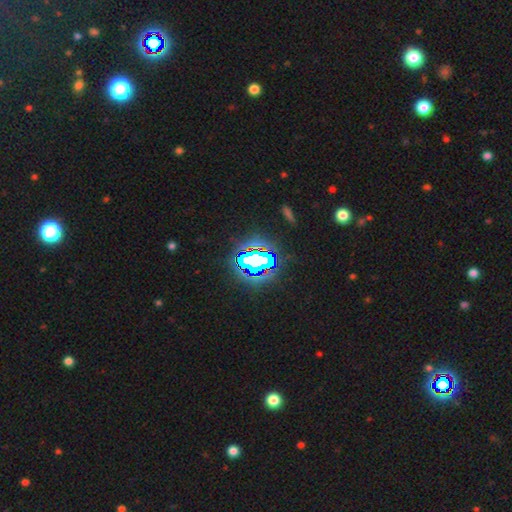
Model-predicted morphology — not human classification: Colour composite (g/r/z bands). It shows a star or artifact, not a galaxy (71%).